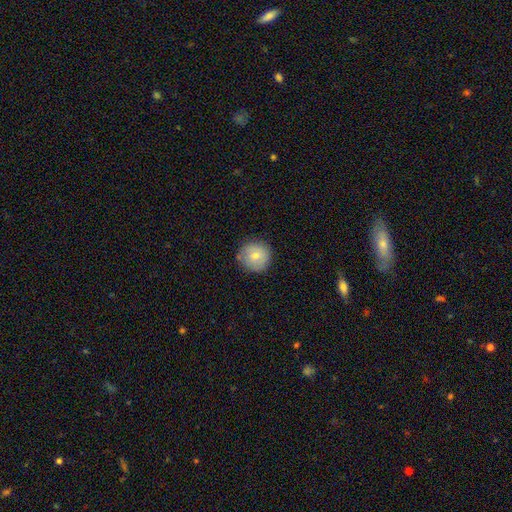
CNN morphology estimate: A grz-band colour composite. It shows a smooth galaxy with no disk features (71%) that is round (93%). Merging: none (82%).